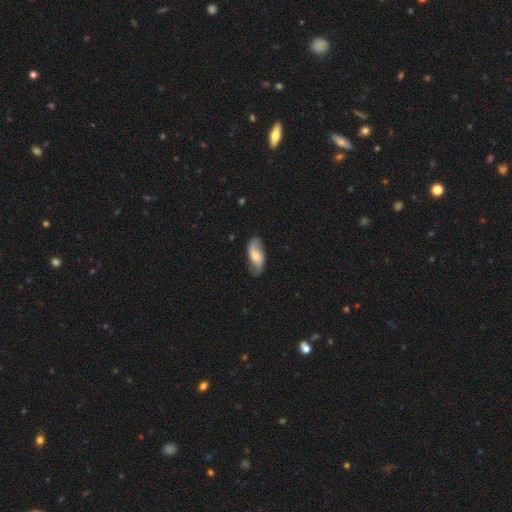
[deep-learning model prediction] This appears to be a featured or disk galaxy (52%). Merging: none (75%).